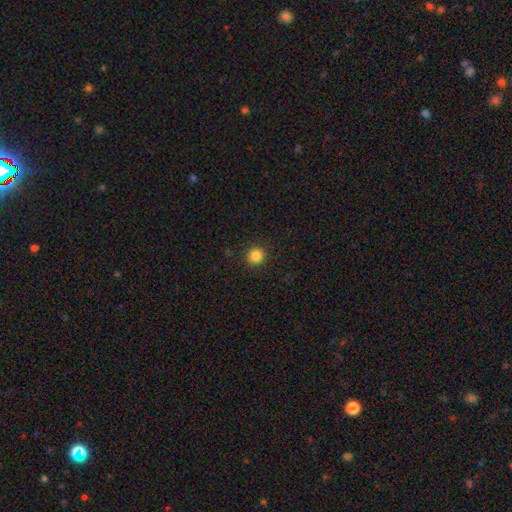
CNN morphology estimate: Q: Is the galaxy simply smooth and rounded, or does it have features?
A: smooth — 85%.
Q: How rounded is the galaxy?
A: round — 94%.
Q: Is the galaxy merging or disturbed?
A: none — 92%.